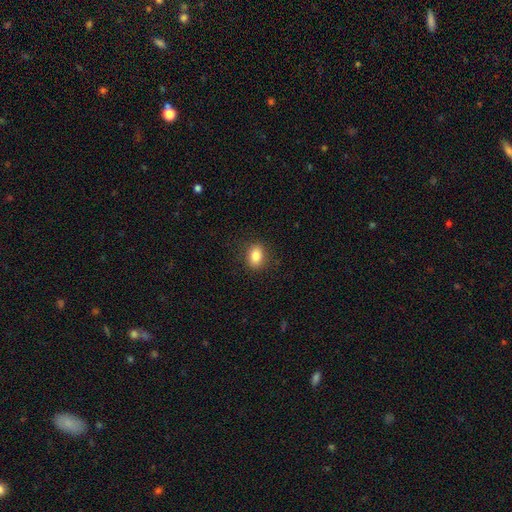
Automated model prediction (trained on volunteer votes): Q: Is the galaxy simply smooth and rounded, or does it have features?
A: smooth — 84%.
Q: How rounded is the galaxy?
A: in between — 72%.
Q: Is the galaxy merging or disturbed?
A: none — 87%.